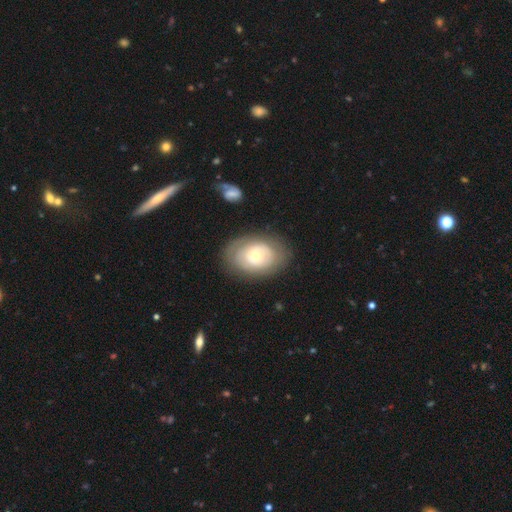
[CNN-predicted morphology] A featured or disk galaxy (47%).

Vote fractions:
- Smooth or featured? featured or disk: 47% / smooth: 46% / star or artifact: 7%
- Merging? none: 79% / minor disturbance: 14% / major disturbance: 6% / merger: 2%